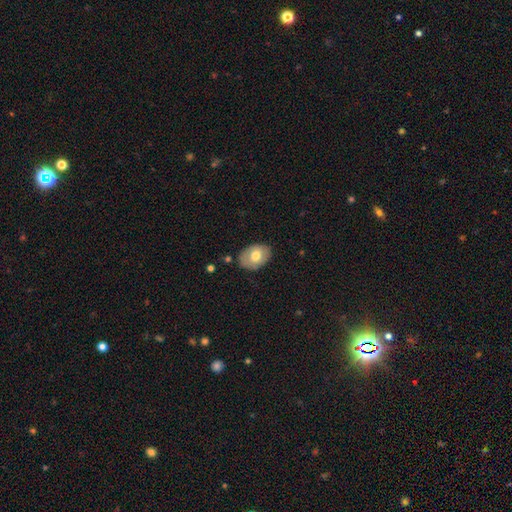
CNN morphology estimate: A smooth galaxy with no disk features (69%) that is in between round and cigar-shaped (78%). Merging: none (82%).